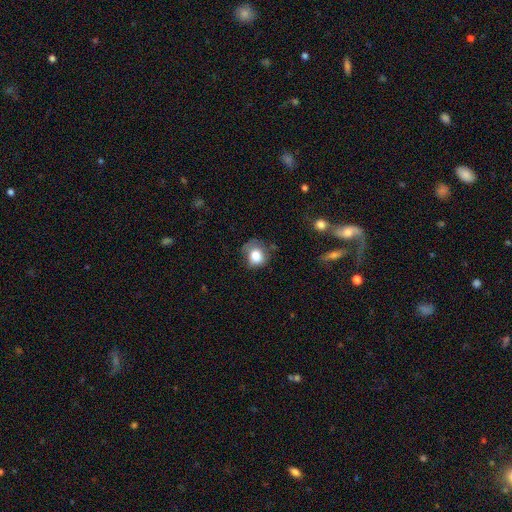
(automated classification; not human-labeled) The model was most divided on "merging": none: 49%, minor disturbance: 32%, major disturbance: 16%, merger: 3%. More confident: smooth or featured — smooth (80%); how rounded — round (72%).